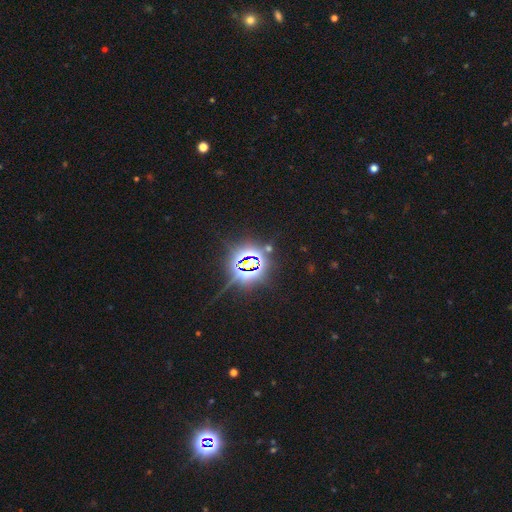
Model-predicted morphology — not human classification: The model was most divided on "smooth or featured": star or artifact: 86%, smooth: 8%, featured or disk: 7%.